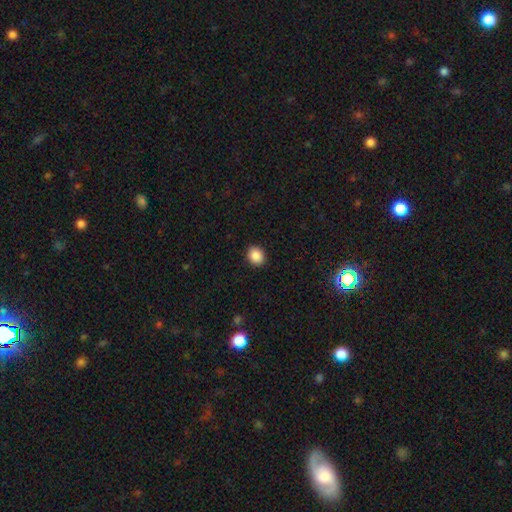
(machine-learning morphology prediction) Smooth or featured? Predicted: smooth (p=0.88). How rounded? Predicted: round (p=0.65). Merging? Predicted: none (p=0.91).